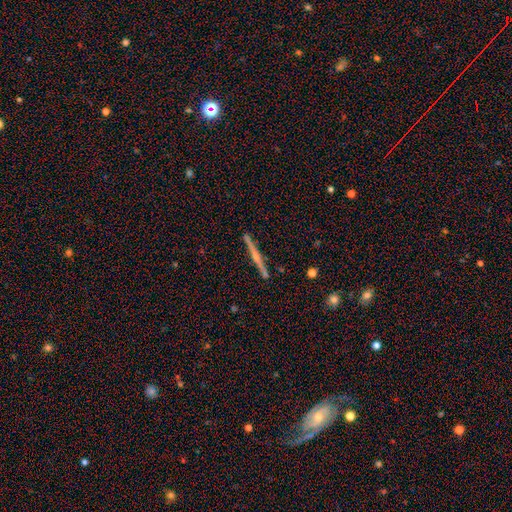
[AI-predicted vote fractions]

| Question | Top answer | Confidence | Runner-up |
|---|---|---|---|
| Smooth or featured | featured or disk | 74% | smooth (20%) |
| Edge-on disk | yes | 98% | no (2%) |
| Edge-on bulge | rounded | 80% | none (15%) |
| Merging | none | 90% | minor disturbance (7%) |